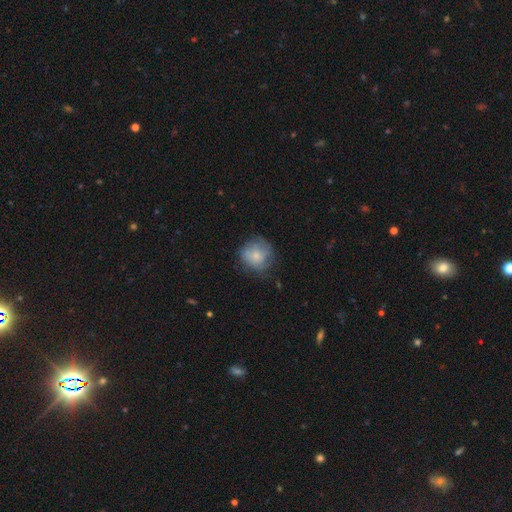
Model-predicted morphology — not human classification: smooth_or_featured: smooth (p=0.66) [alt: featured or disk p=0.26]
how_rounded: round (p=0.86) [alt: in between p=0.13]
merging: none (p=0.64) [alt: minor disturbance p=0.24]